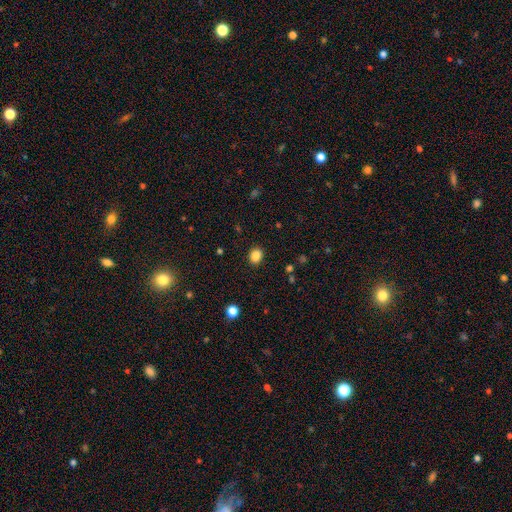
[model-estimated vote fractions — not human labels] Smooth or featured?
  - smooth: 86% *
  - star or artifact: 11%
  - featured or disk: 4%
How rounded?
  - round: 54% *
  - in between: 45%
  - cigar-shaped: 1%
Merging?
  - none: 90% *
  - minor disturbance: 7%
  - major disturbance: 2%
  - merger: 1%